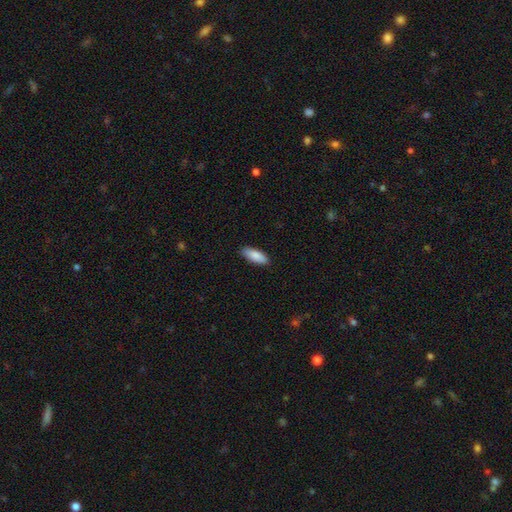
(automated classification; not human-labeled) Smooth or featured? Predicted: smooth (p=0.88). How rounded? Predicted: in between (p=0.71). Merging? Predicted: none (p=0.89).